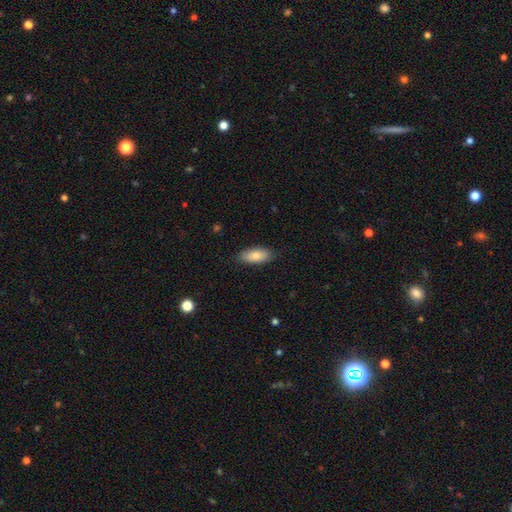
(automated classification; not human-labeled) A smooth galaxy with no disk features (81%) that is in between round and cigar-shaped (86%). Merging: none (84%).